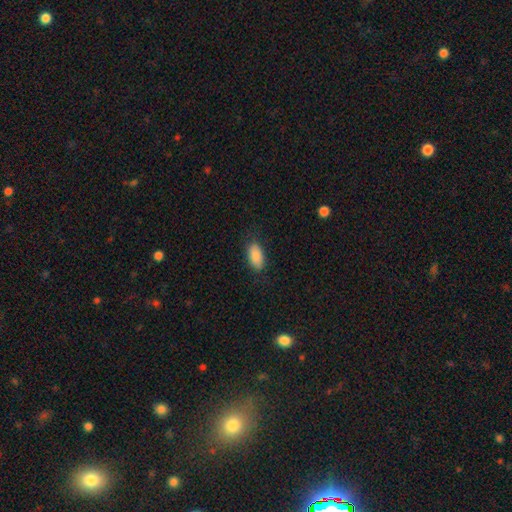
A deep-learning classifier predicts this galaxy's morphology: This appears to be a smooth galaxy with no disk features (87%) that is in between round and cigar-shaped (93%). Merging: none (83%).